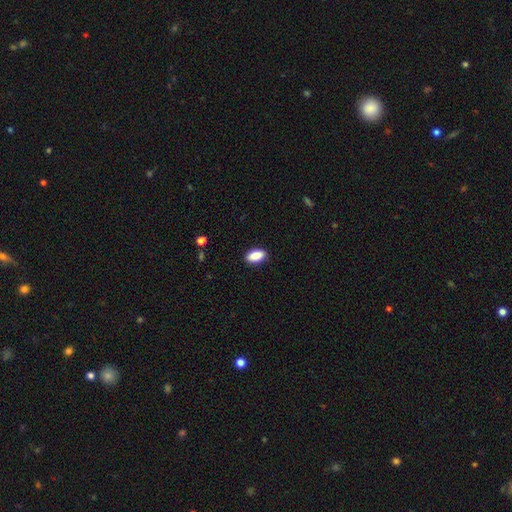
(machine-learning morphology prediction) smooth_or_featured: smooth (p=0.89) [alt: star or artifact p=0.07]
how_rounded: in between (p=0.91) [alt: cigar-shaped p=0.06]
merging: none (p=0.88) [alt: minor disturbance p=0.09]